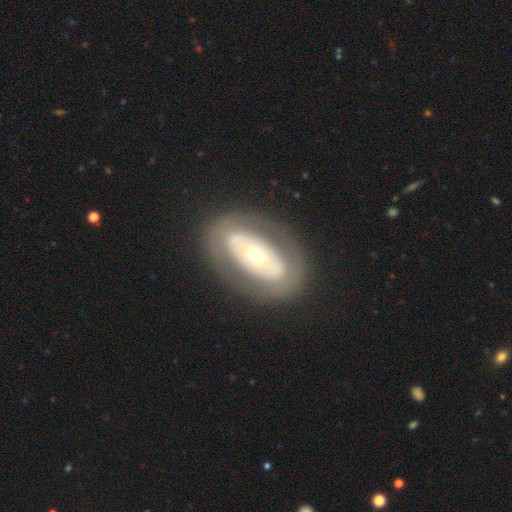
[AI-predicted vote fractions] smooth-or-featured: featured or disk: 61% | smooth: 33% | star or artifact: 6%
  disk-edge-on: no: 91% | yes: 9%
    bar: no: 84% | weak: 9% | strong: 8%
    has-spiral-arms: no: 87% | yes: 13%
    bulge-size: moderate: 48% | small: 44% | large: 5% | dominant: 2% | none: 1%
  merging: none: 80% | minor disturbance: 11% | major disturbance: 7% | merger: 1%